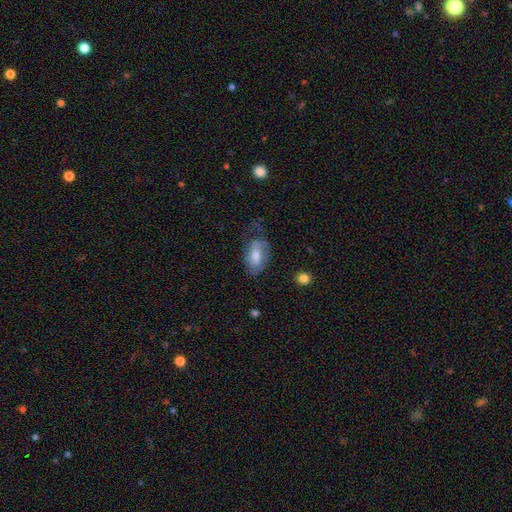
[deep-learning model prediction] smooth-or-featured: smooth: 51% | featured or disk: 41% | star or artifact: 8%
  how-rounded: in between: 89% | round: 7% | cigar-shaped: 4%
  merging: none: 47% | minor disturbance: 28% | major disturbance: 22% | merger: 2%